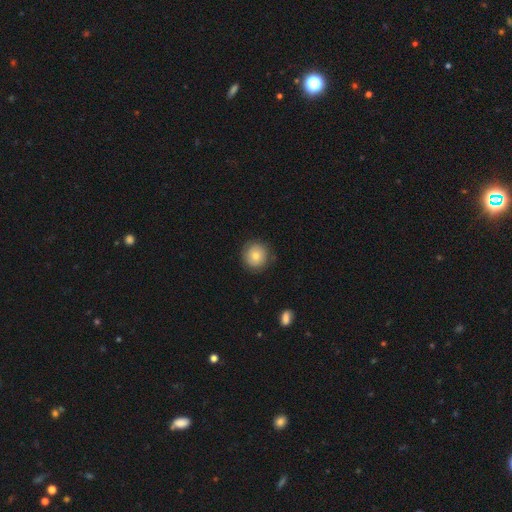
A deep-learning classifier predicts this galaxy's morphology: Smooth or featured?
  - smooth: 77% *
  - featured or disk: 15%
  - star or artifact: 8%
How rounded?
  - round: 93% *
  - in between: 6%
  - cigar-shaped: 1%
Merging?
  - none: 84% *
  - minor disturbance: 11%
  - major disturbance: 3%
  - merger: 1%